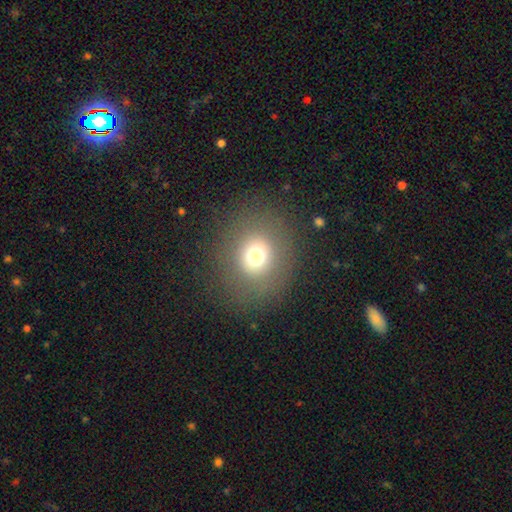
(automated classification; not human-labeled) Overall: smooth (71%). How rounded: round (84%). Merging: none (86%).